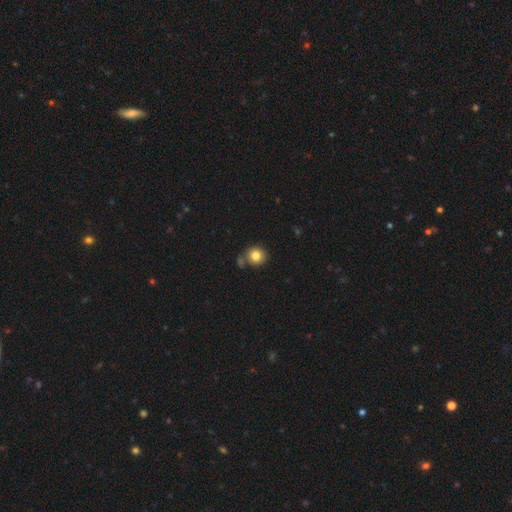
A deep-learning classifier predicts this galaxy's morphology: A smooth galaxy with no disk features (81%) that is round (83%).

Vote fractions:
- Smooth or featured? smooth: 81% / star or artifact: 10% / featured or disk: 8%
- How rounded? round: 83% / in between: 17% / cigar-shaped: 1%
- Merging? none: 69% / merger: 15% / minor disturbance: 12% / major disturbance: 3%